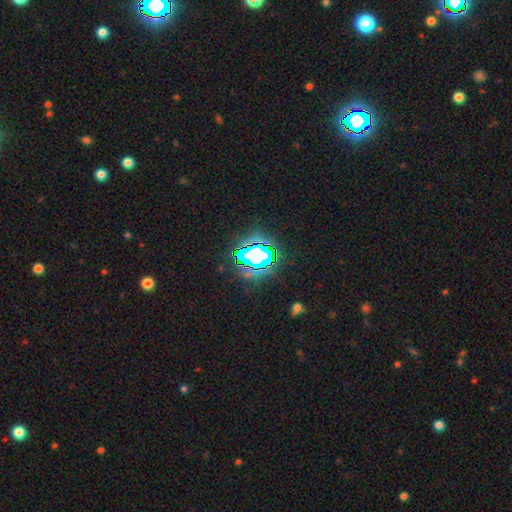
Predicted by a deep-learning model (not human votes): Smooth or featured? Predicted: star or artifact (p=0.67).